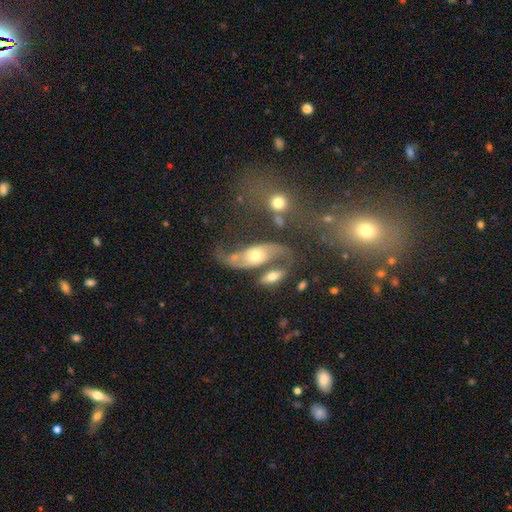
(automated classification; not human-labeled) Smooth or featured? Predicted: featured or disk (p=0.71). Edge-on disk? Predicted: no (p=0.93). Bar? Predicted: no (p=0.73). Spiral arms? Predicted: yes (p=0.86). Spiral winding? Predicted: loose (p=0.70). Spiral arm count? Predicted: 2 (p=0.87). Bulge size? Predicted: moderate (p=0.58). Merging? Predicted: merger (p=0.33, tied with none).